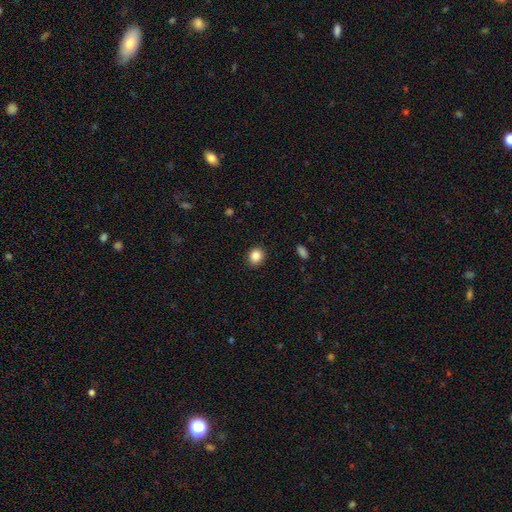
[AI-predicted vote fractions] This is clearly a smooth galaxy (86%). How rounded: likely round (77%). Merging: clearly none (90%).